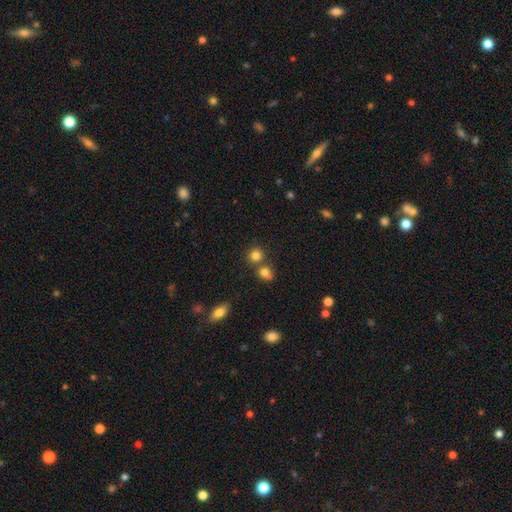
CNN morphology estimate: smooth_or_featured: smooth (p=0.81) [alt: star or artifact p=0.12]
how_rounded: round (p=0.86) [alt: in between p=0.13]
merging: none (p=0.64) [alt: merger p=0.26]